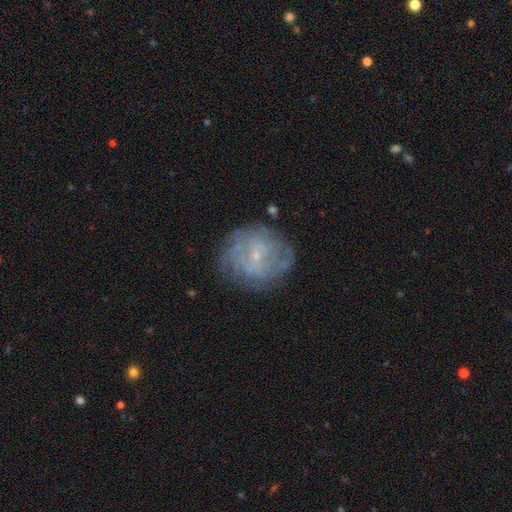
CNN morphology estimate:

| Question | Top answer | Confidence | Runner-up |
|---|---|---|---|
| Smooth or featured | featured or disk | 67% | smooth (23%) |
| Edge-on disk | no | 97% | yes (3%) |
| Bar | no | 59% | weak (34%) |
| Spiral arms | yes | 66% | no (34%) |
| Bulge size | small | 83% | moderate (10%) |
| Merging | none | 71% | minor disturbance (18%) |